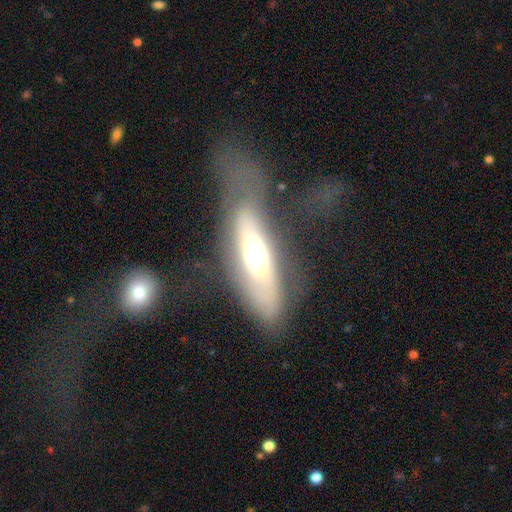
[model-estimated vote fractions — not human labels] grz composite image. It shows a featured or disk galaxy (49%). Merging: none (41%).